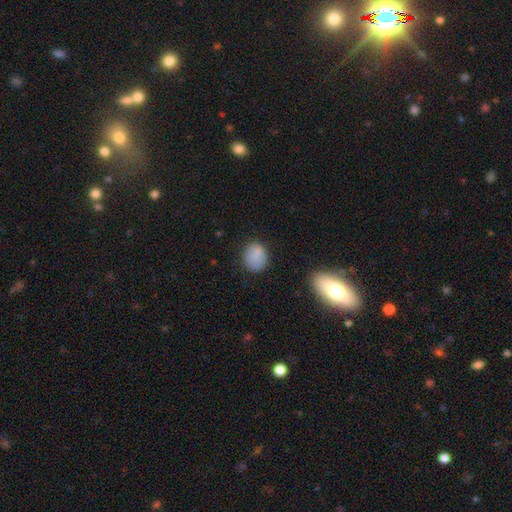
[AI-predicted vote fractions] A smooth galaxy with no disk features (85%) that is round (65%).

Vote fractions:
- Smooth or featured? smooth: 85% / star or artifact: 10% / featured or disk: 6%
- How rounded? round: 65% / in between: 34% / cigar-shaped: 1%
- Merging? none: 78% / minor disturbance: 16% / major disturbance: 4% / merger: 2%